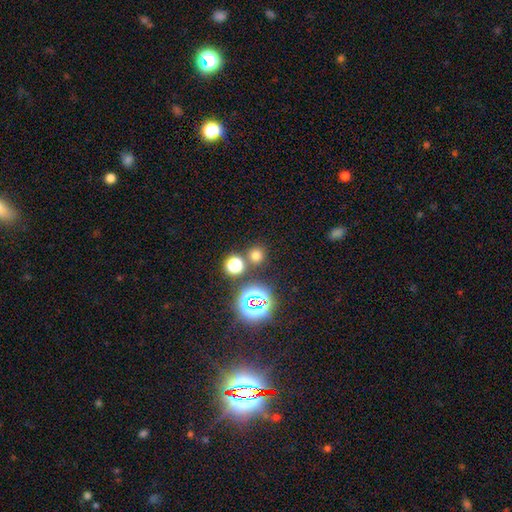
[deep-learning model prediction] smooth 67%, star or artifact 27%, featured or disk 6%. Down the decision tree: how rounded — round (92%); merging — none (79%).